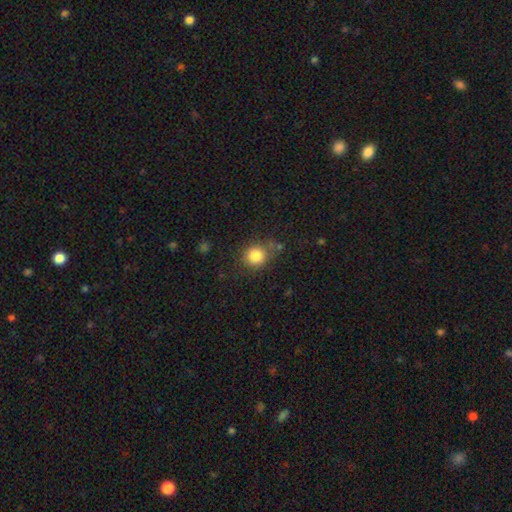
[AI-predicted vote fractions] smooth_or_featured: smooth (p=0.83) [alt: star or artifact p=0.11]
how_rounded: round (p=0.80) [alt: in between p=0.19]
merging: none (p=0.73) [alt: minor disturbance p=0.17]